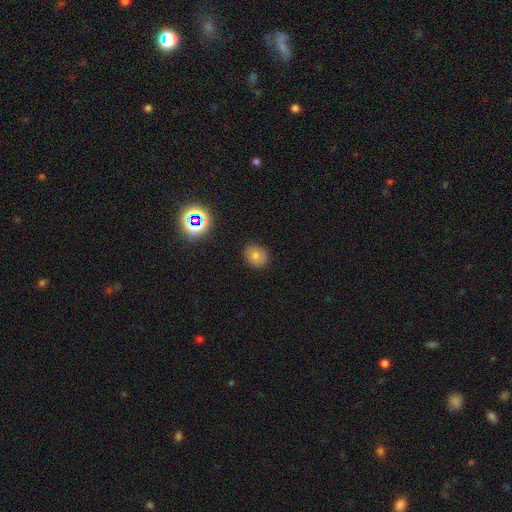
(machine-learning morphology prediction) A smooth galaxy with no disk features (71%) that is round (66%).

Vote fractions:
- Smooth or featured? smooth: 71% / star or artifact: 17% / featured or disk: 12%
- How rounded? round: 66% / in between: 33% / cigar-shaped: 1%
- Merging? none: 87% / minor disturbance: 9% / major disturbance: 2% / merger: 1%